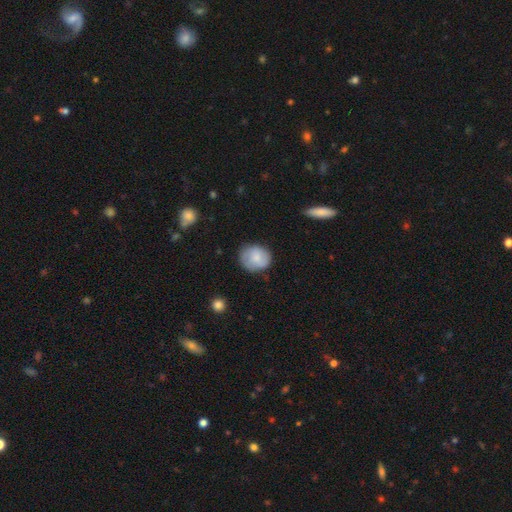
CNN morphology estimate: Smooth or featured?
  - smooth: 73% *
  - featured or disk: 20%
  - star or artifact: 7%
How rounded?
  - round: 67% *
  - in between: 32%
  - cigar-shaped: 1%
Merging?
  - none: 73% *
  - minor disturbance: 21%
  - major disturbance: 5%
  - merger: 2%